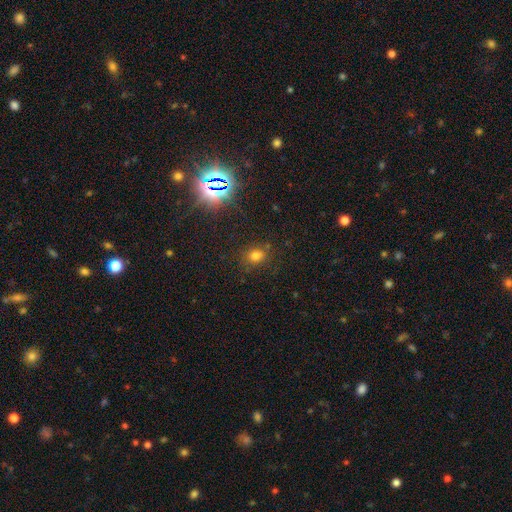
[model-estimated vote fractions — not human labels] This is likely a smooth galaxy (69%). How rounded: possibly round (57%). Merging: likely none (77%).